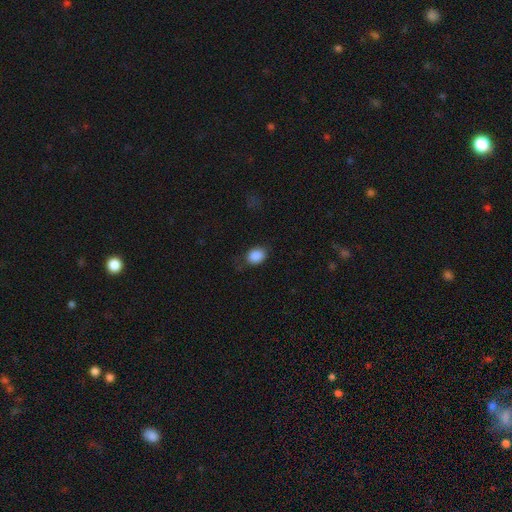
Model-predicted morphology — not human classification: Overall: smooth (88%). How rounded: in between (60%; round 39%). Merging: none (75%).